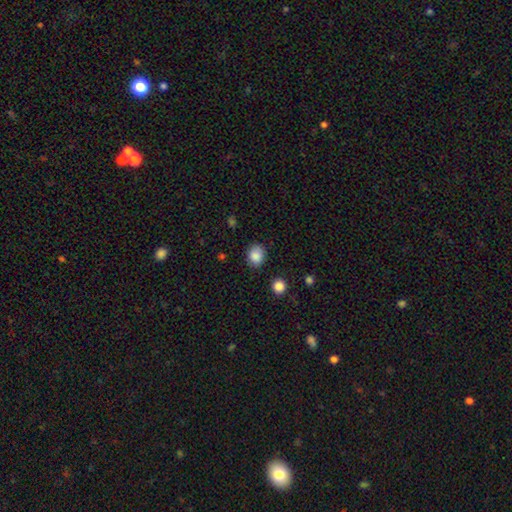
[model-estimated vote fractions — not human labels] Q: Smooth or featured?
A: smooth (87%); runner-up: star or artifact (9%)
Q: How rounded?
A: round (62%); runner-up: in between (37%)
Q: Merging?
A: none (83%); runner-up: minor disturbance (12%)